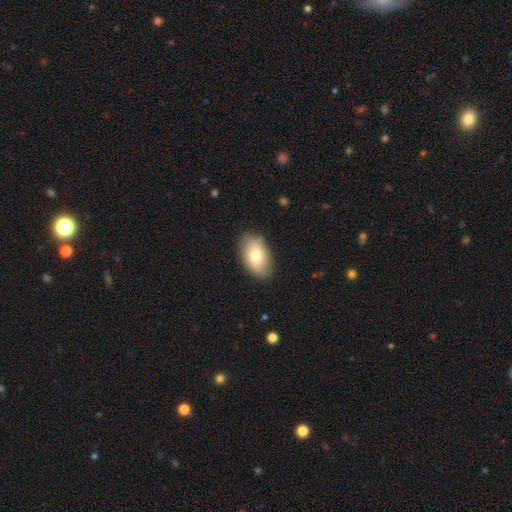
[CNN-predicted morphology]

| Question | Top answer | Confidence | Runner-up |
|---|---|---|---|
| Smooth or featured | smooth | 76% | featured or disk (17%) |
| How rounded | in between | 92% | round (7%) |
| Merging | none | 84% | minor disturbance (12%) |